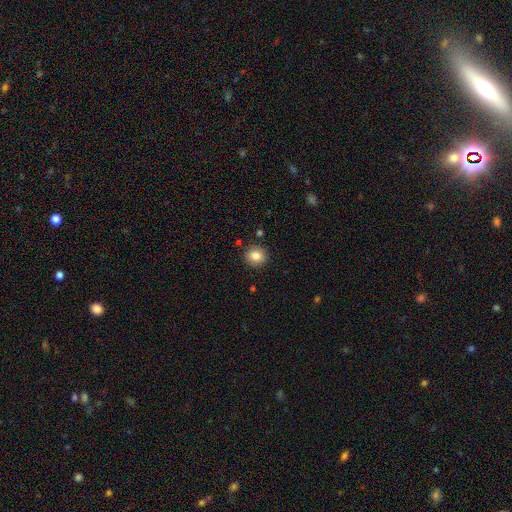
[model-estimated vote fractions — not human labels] The model was most divided on "how rounded": round: 84%, in between: 15%, cigar-shaped: 1%. More confident: merging — none (89%); smooth or featured — smooth (84%).